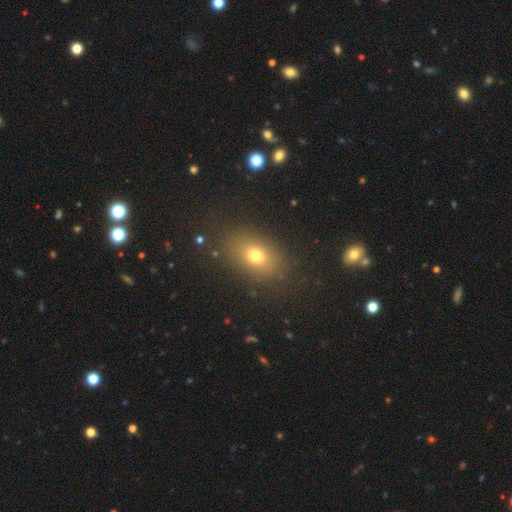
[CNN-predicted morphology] The model was most divided on "how rounded": in between: 75%, round: 22%, cigar-shaped: 2%. More confident: merging — none (84%); smooth or featured — smooth (70%).